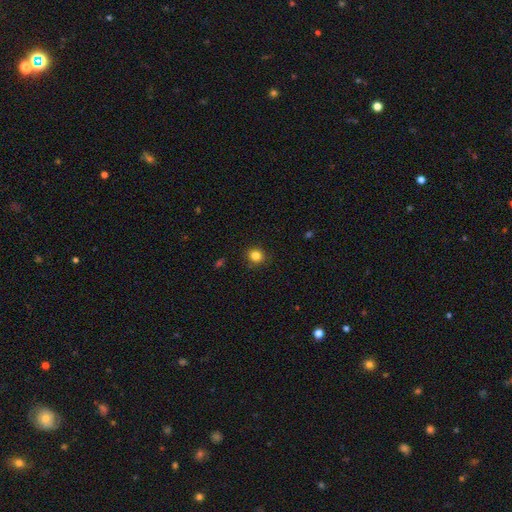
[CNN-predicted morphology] type=smooth (83%); roundness=round (87%); merging=none (90%).